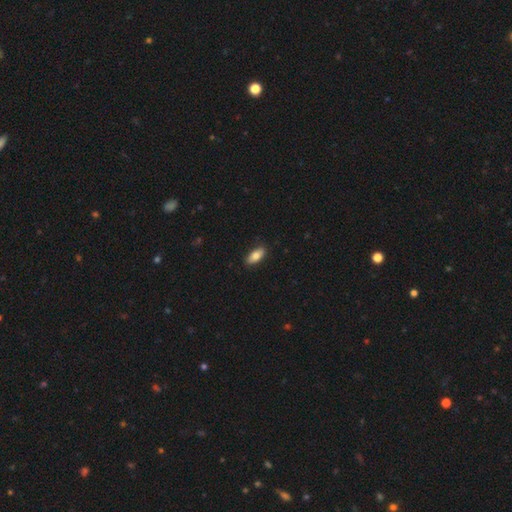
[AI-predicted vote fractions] smooth 79%, featured or disk 15%, star or artifact 6%. Down the decision tree: how rounded — in between (85%); merging — none (88%).